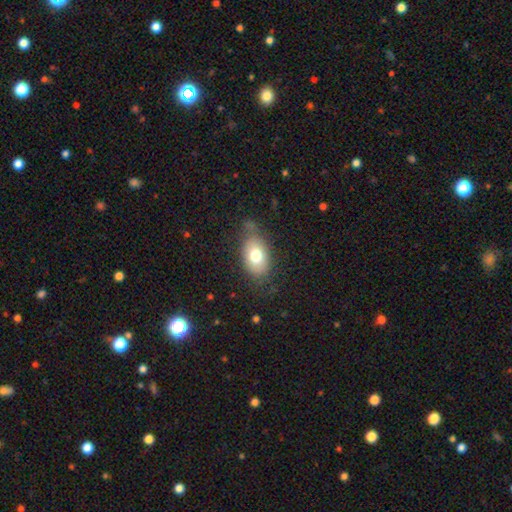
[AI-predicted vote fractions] Smooth or featured: smooth — 73% (featured or disk — 18%)
How rounded: in between — 86% (round — 12%)
Merging: none — 63% (minor disturbance — 25%)